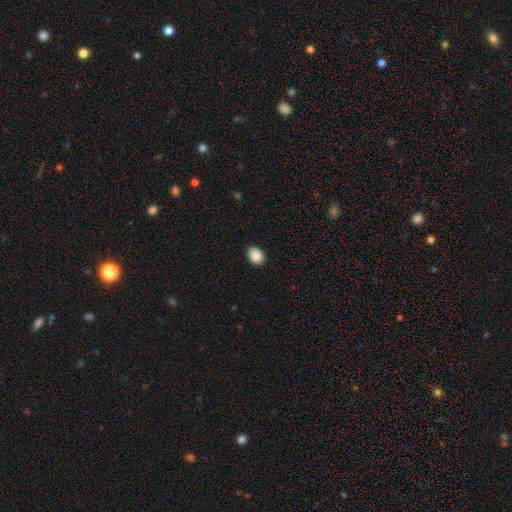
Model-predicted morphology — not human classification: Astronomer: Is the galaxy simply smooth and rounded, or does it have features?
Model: smooth — 89%.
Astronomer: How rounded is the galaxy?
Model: in between — 54% (runner-up: round, 45%).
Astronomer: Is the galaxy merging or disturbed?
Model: none — 87%.